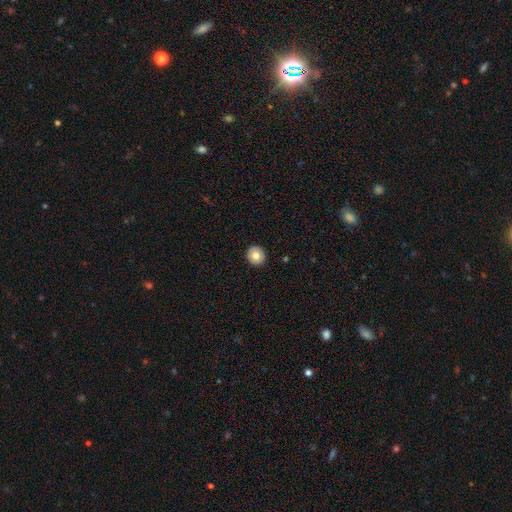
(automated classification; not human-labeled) smooth-or-featured: smooth: 78% | featured or disk: 14% | star or artifact: 8%
  how-rounded: round: 93% | in between: 6% | cigar-shaped: 1%
  merging: none: 93% | minor disturbance: 4% | major disturbance: 1% | merger: 1%